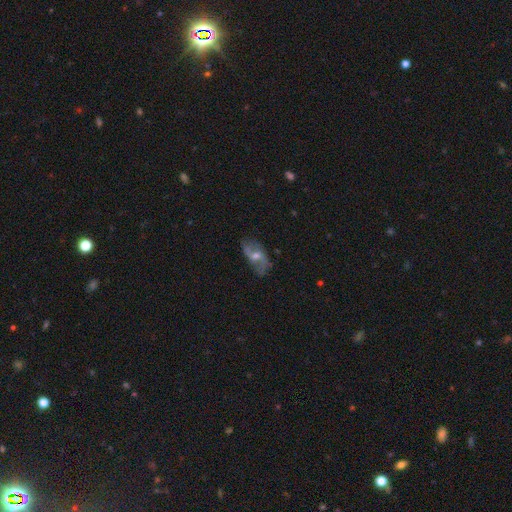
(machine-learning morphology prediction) smooth-or-featured: featured or disk: 72% | smooth: 19% | star or artifact: 9%
  disk-edge-on: no: 93% | yes: 7%
    bar: weak: 47% | no: 39% | strong: 15%
    has-spiral-arms: yes: 85% | no: 15%
      spiral-winding: loose: 64% | medium: 27% | tight: 9%
      spiral-arm-count: 2: 82% | can't tell: 10% | 1: 3% | 3: 2% | 4: 1% | more than 4: 1%
    bulge-size: moderate: 57% | small: 34% | large: 4% | none: 3% | dominant: 1%
  merging: none: 71% | minor disturbance: 19% | major disturbance: 8% | merger: 2%